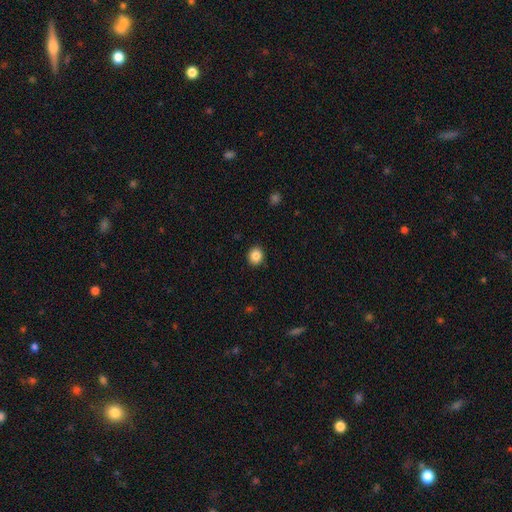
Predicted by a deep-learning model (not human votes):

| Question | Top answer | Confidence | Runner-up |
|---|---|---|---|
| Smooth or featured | smooth | 85% | star or artifact (10%) |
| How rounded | round | 75% | in between (24%) |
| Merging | none | 90% | minor disturbance (7%) |